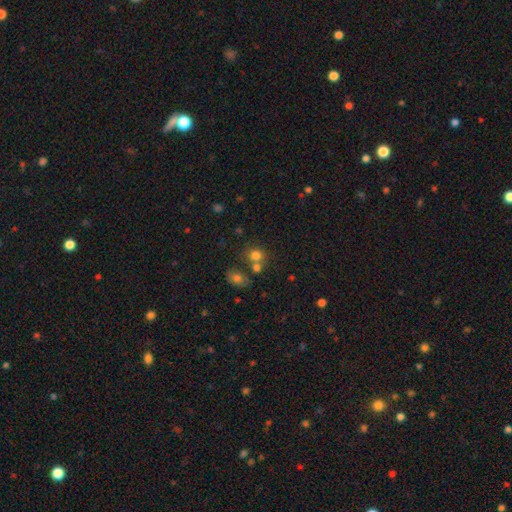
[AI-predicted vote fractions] Morphology: type=smooth (77%); roundness=round (69%); merging=none (50%).